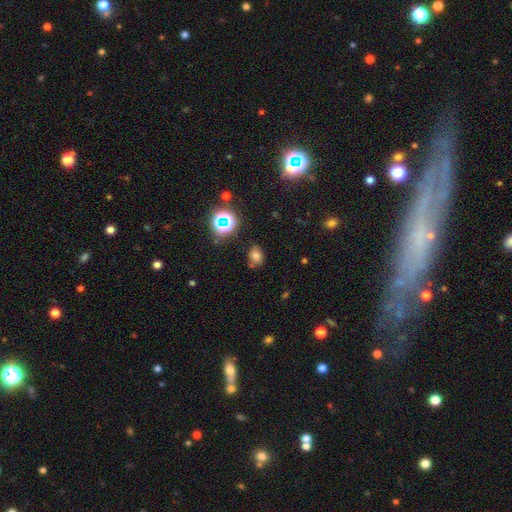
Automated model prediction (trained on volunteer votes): A smooth galaxy with no disk features (68%) that is in between round and cigar-shaped (62%).

Vote fractions:
- Smooth or featured? smooth: 68% / star or artifact: 23% / featured or disk: 9%
- How rounded? in between: 62% / round: 37% / cigar-shaped: 1%
- Merging? none: 73% / minor disturbance: 16% / merger: 6% / major disturbance: 5%